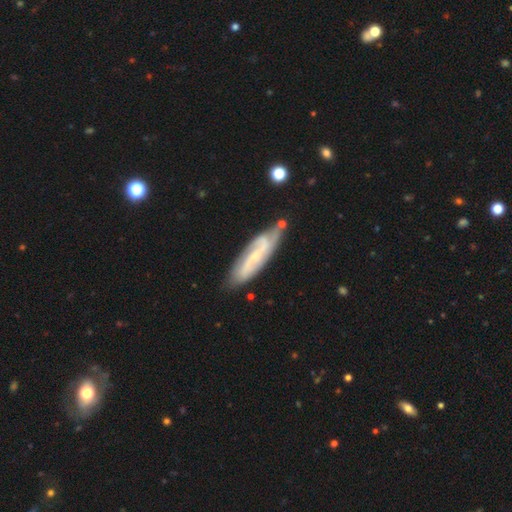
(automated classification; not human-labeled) Morphology: type=featured or disk (77%); edge-on=no (82%); bar=weak (41%); spiral arms=yes (93%); winding=medium (42%); arm count=2 (68%); bulge=small (72%); merging=none (74%).